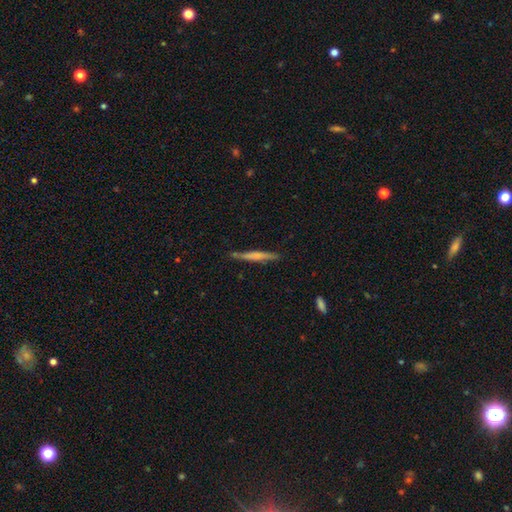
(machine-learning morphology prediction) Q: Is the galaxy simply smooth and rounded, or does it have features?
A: featured or disk — 49%.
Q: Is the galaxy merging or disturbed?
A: none — 84%.